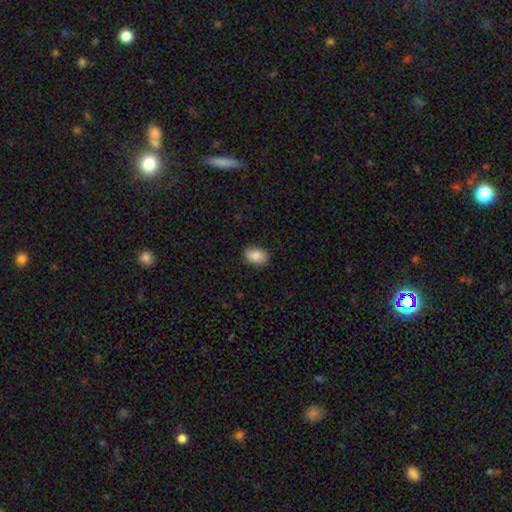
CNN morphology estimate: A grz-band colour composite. It shows a smooth galaxy with no disk features (85%) that is in between round and cigar-shaped (81%). Merging: none (86%).